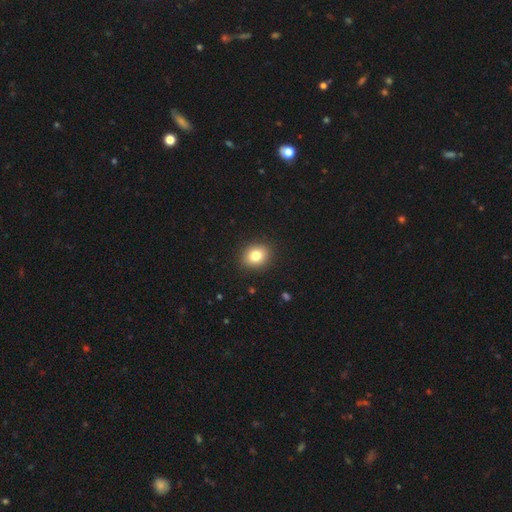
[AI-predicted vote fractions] Q: Smooth or featured?
A: smooth (82%); runner-up: star or artifact (10%)
Q: How rounded?
A: round (55%); runner-up: in between (44%)
Q: Merging?
A: none (90%); runner-up: minor disturbance (7%)